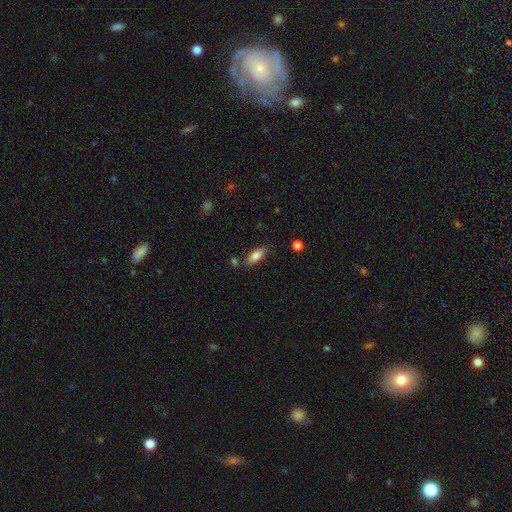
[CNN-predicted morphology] type=smooth (80%); roundness=in between (77%); merging=none (78%).